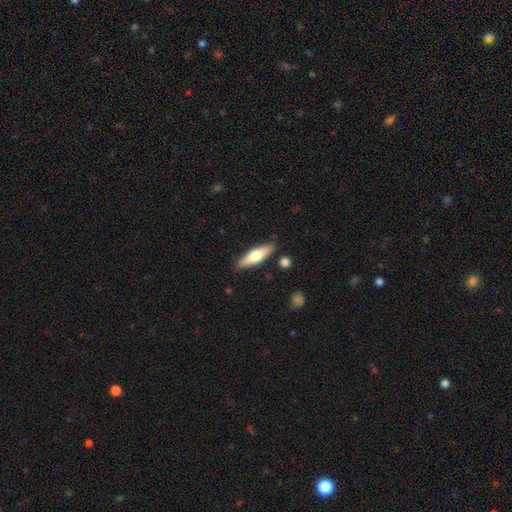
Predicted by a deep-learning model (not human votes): Smooth or featured? smooth (56%)
How rounded? cigar-shaped (58%)
Merging? none (85%)